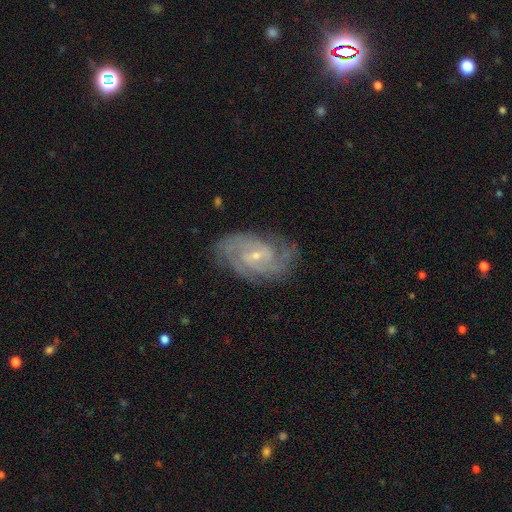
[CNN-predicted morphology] The model was most divided on "bar": weak: 49%, no: 38%, strong: 12%. More confident: spiral arms — yes (97%); edge-on disk — no (96%); smooth or featured — featured or disk (88%); merging — none (76%); bulge size — small (71%); spiral winding — tight (54%); spiral arm count — 2 (51%).